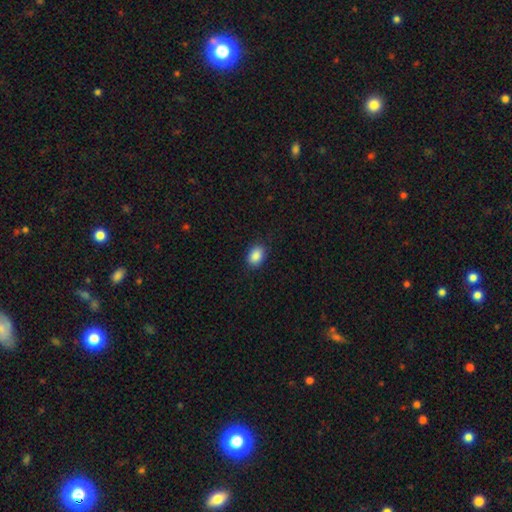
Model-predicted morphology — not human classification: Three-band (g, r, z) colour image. It shows a smooth galaxy with no disk features (88%) that is in between round and cigar-shaped (76%). Merging: none (86%).